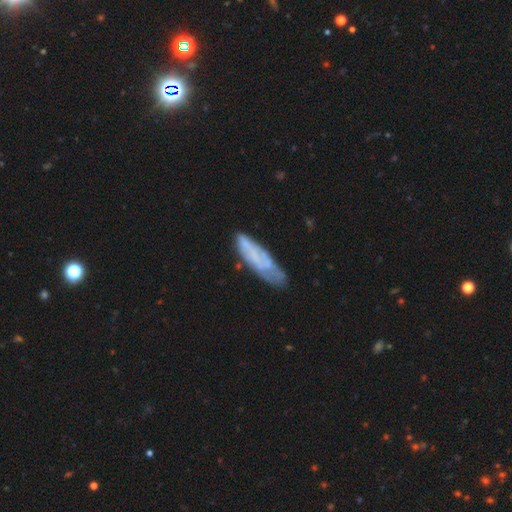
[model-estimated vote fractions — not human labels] Smooth or featured? featured or disk (48%)
Merging? none (63%)